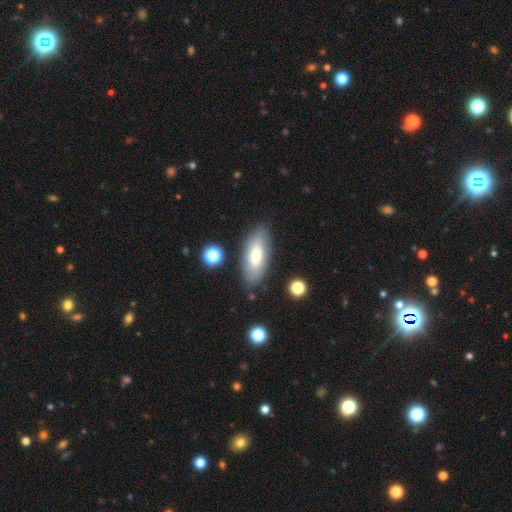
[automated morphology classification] Smooth or featured? smooth (69%)
How rounded? in between (85%)
Merging? none (81%)